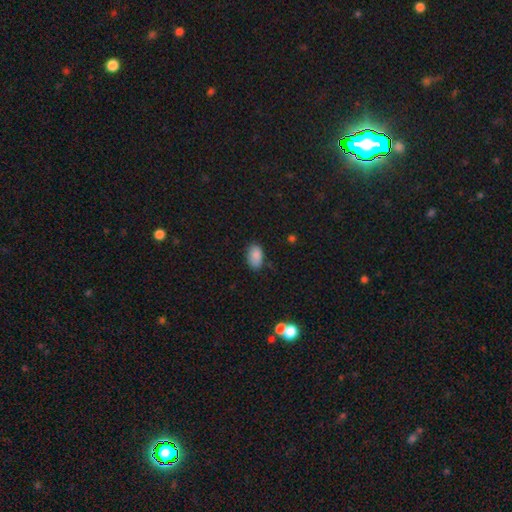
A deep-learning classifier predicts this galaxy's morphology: A smooth galaxy with no disk features (86%) that is in between round and cigar-shaped (91%).

Vote fractions:
- Smooth or featured? smooth: 86% / star or artifact: 9% / featured or disk: 5%
- How rounded? in between: 91% / round: 7% / cigar-shaped: 1%
- Merging? none: 76% / minor disturbance: 18% / major disturbance: 4% / merger: 2%